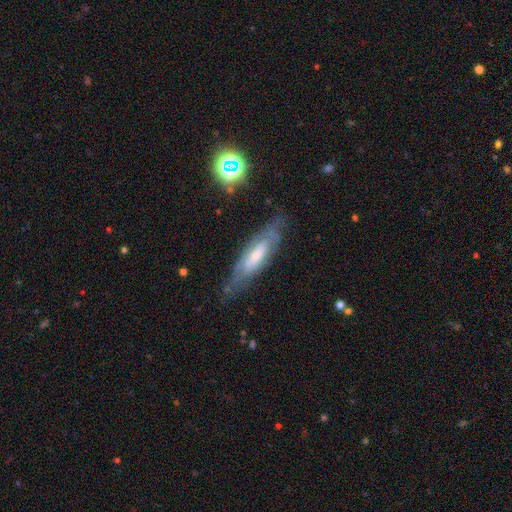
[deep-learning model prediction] Morphology: type=featured or disk (65%); edge-on=no (68%); merging=none (70%).